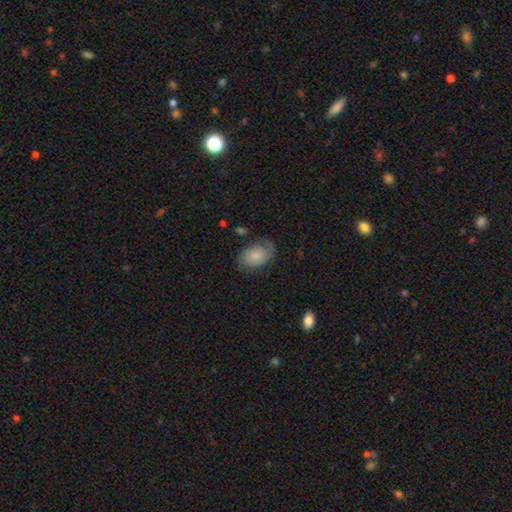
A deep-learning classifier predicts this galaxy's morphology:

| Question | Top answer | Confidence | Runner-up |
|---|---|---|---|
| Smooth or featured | smooth | 56% | featured or disk (37%) |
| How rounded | in between | 84% | round (14%) |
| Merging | none | 66% | minor disturbance (22%) |